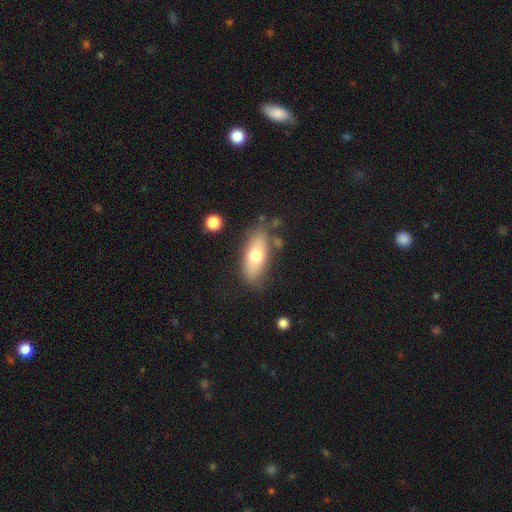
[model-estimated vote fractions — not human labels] Overall: smooth (66%; featured or disk 27%). How rounded: in between (79%). Merging: none (75%).